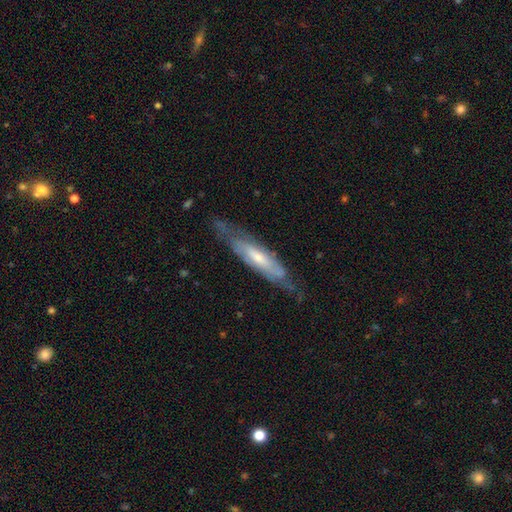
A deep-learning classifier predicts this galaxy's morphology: smooth_or_featured: featured or disk (p=0.71) [alt: smooth p=0.23]
disk_edge_on: yes (p=0.56) [alt: no p=0.44]
merging: none (p=0.75) [alt: minor disturbance p=0.18]